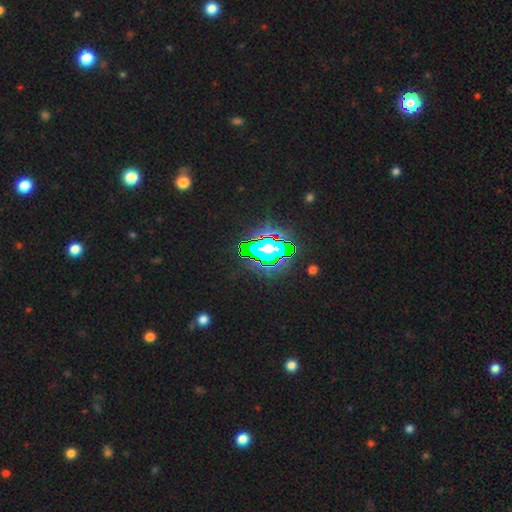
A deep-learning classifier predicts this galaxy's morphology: Smooth or featured? Predicted: star or artifact (p=0.70).